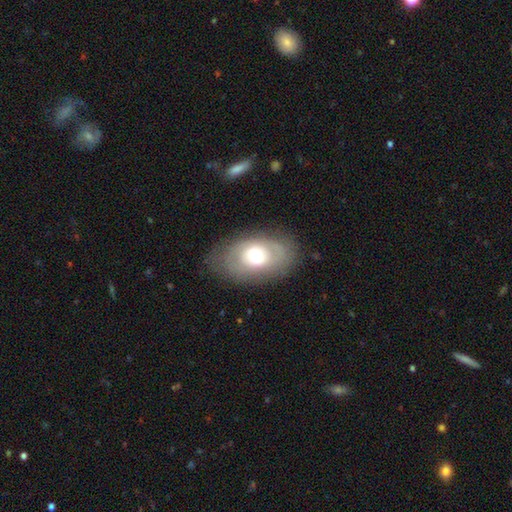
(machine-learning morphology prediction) smooth_or_featured: smooth (p=0.53) [alt: featured or disk p=0.38]
how_rounded: in between (p=0.81) [alt: round p=0.17]
merging: none (p=0.75) [alt: minor disturbance p=0.16]